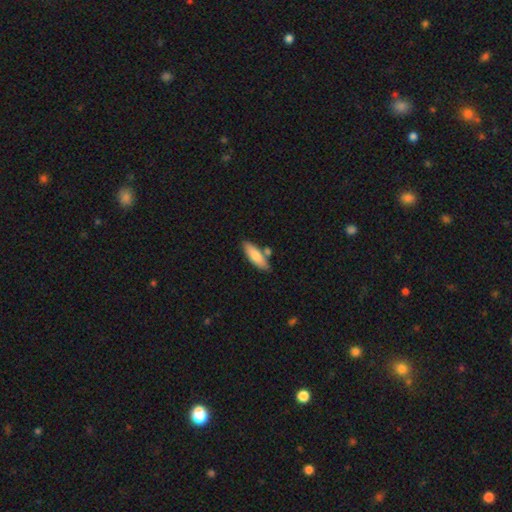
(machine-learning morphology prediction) Overall: smooth (79%). How rounded: in between (52%; cigar-shaped 46%). Merging: none (73%).